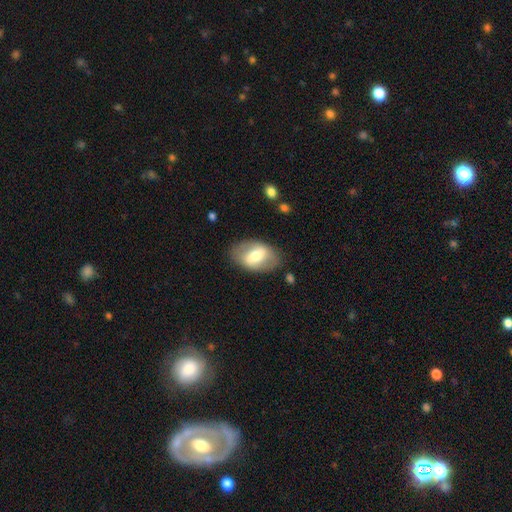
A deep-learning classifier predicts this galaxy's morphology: smooth 48%, featured or disk 46%, star or artifact 6%. Down the decision tree: merging — none (81%).